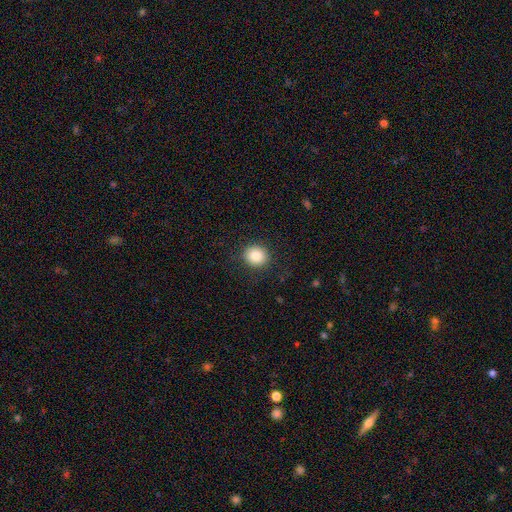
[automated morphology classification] Smooth or featured: smooth — 86% (star or artifact — 9%)
How rounded: round — 84% (in between — 15%)
Merging: none — 89% (minor disturbance — 7%)